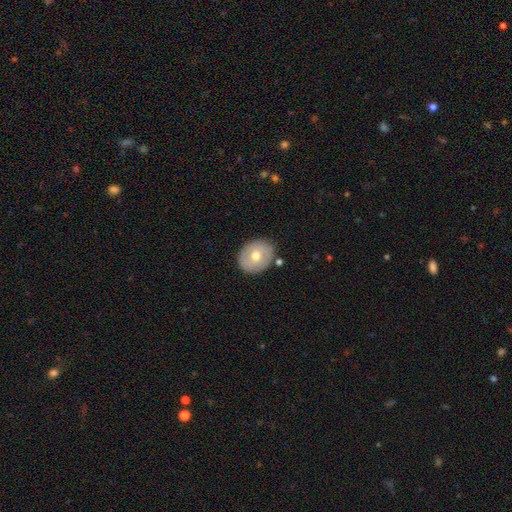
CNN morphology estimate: Overall: smooth (60%; featured or disk 33%). How rounded: round (58%; in between 41%). Merging: none (84%).